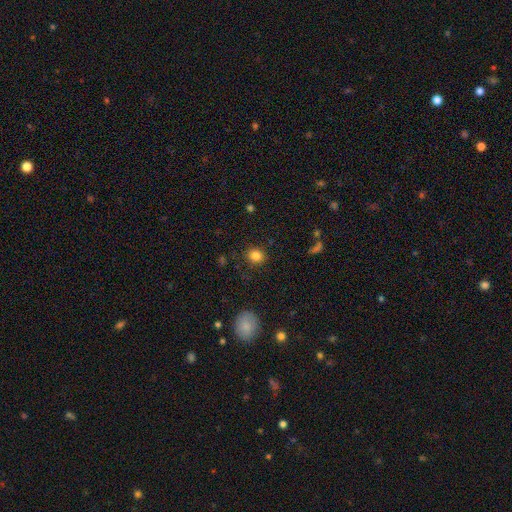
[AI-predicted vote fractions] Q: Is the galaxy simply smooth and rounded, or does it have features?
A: smooth — 85%.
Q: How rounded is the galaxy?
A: round — 80%.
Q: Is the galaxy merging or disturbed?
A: none — 86%.